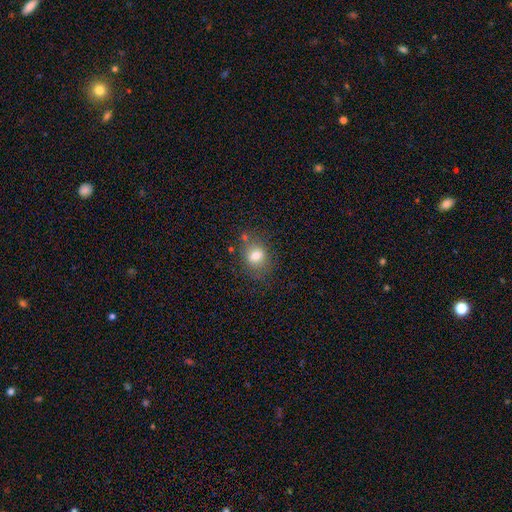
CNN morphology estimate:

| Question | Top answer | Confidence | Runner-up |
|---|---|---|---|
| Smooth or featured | smooth | 75% | featured or disk (14%) |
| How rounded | round | 53% | in between (46%) |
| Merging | none | 70% | minor disturbance (18%) |